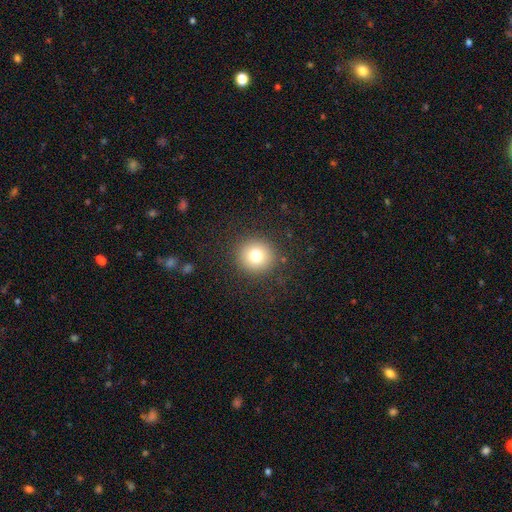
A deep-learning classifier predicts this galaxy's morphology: Smooth or featured?
  - smooth: 77% *
  - star or artifact: 13%
  - featured or disk: 10%
How rounded?
  - round: 93% *
  - in between: 6%
  - cigar-shaped: 1%
Merging?
  - none: 90% *
  - minor disturbance: 6%
  - major disturbance: 3%
  - merger: 1%